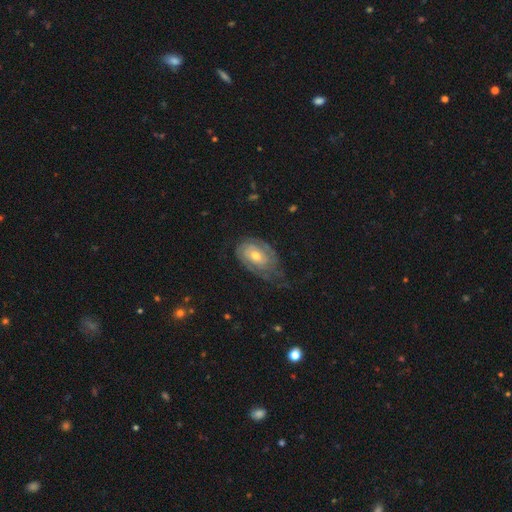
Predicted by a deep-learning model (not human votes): smooth-or-featured: featured or disk: 78% | smooth: 16% | star or artifact: 6%
  disk-edge-on: no: 95% | yes: 5%
    bar: no: 67% | weak: 27% | strong: 6%
    has-spiral-arms: yes: 89% | no: 11%
      spiral-winding: tight: 69% | medium: 23% | loose: 9%
      spiral-arm-count: 2: 38% (tied) | can't tell: 38% (tied) | 3: 10% | 1: 7% | 4: 4% | more than 4: 3%
    bulge-size: moderate: 64% | small: 30% | large: 4% | none: 1% | dominant: 1%
  merging: none: 56% | minor disturbance: 26% | major disturbance: 17% | merger: 1%